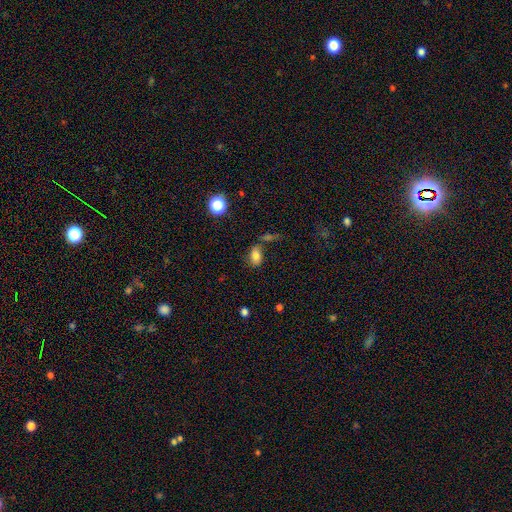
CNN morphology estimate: type=smooth (80%); roundness=in between (83%); merging=none (59%).